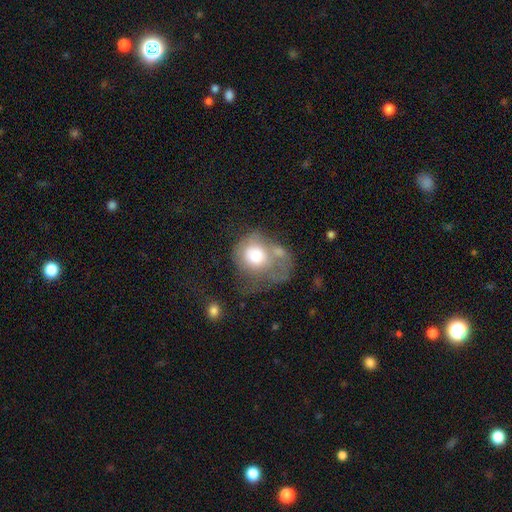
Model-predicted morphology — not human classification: Overall: smooth (58%; featured or disk 34%). How rounded: round (68%; in between 31%). Merging: major disturbance (42%; merger 21%).